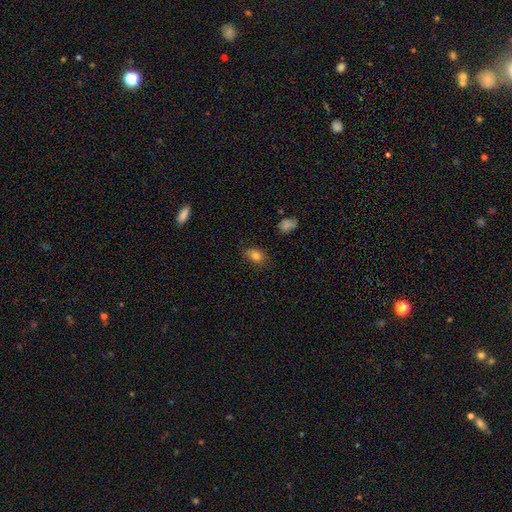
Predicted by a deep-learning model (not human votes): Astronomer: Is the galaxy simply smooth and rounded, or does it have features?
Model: smooth — 81%.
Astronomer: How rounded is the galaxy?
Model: in between — 70%.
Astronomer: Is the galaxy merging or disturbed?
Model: none — 75%.